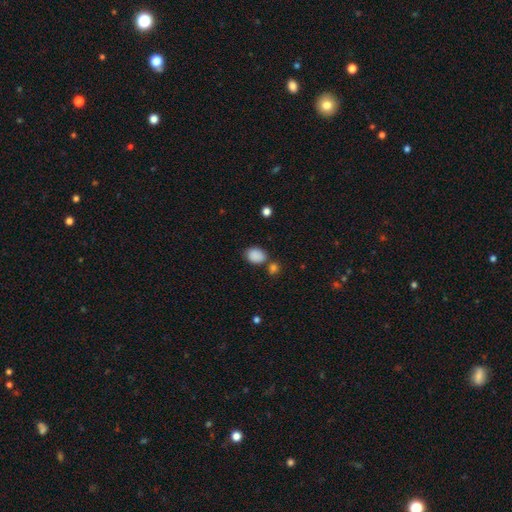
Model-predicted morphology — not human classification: smooth 87%, star or artifact 9%, featured or disk 4%. Down the decision tree: how rounded — in between (67%); merging — none (66%).